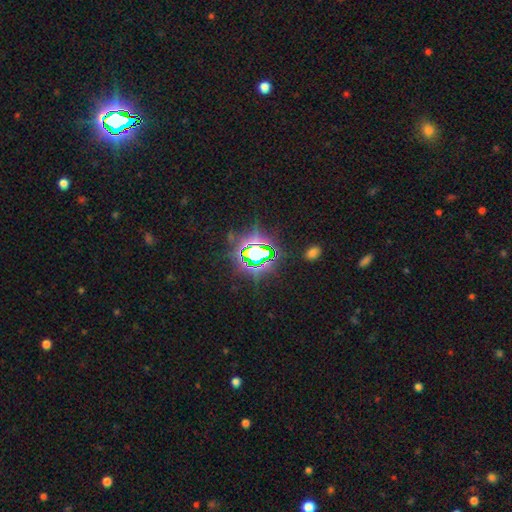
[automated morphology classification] Overall: star or artifact (80%).